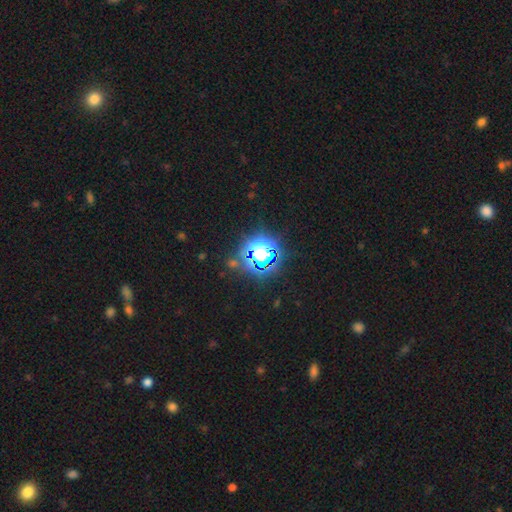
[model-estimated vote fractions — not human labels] Overall: star or artifact (70%).